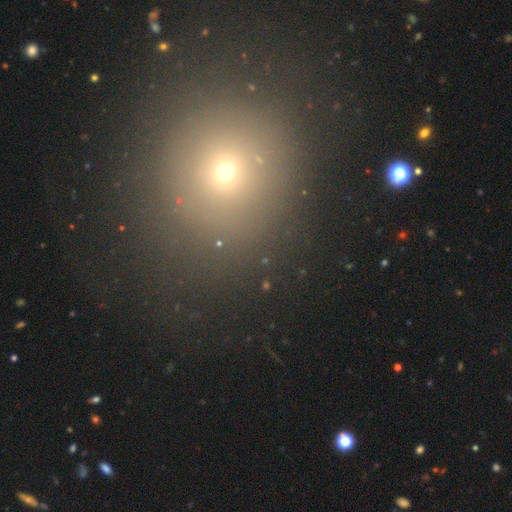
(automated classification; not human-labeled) A smooth galaxy with no disk features (58%) that is round (87%). Merging: none (85%).